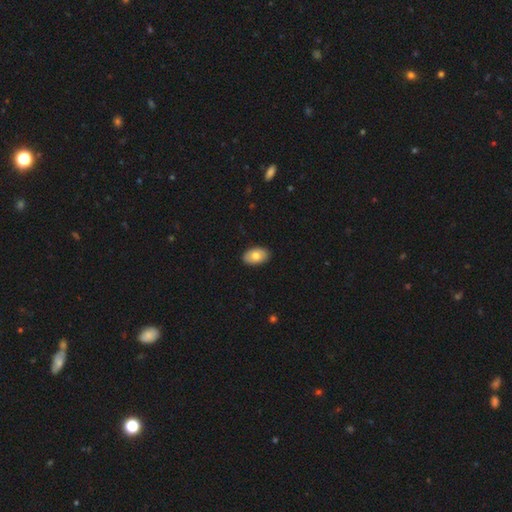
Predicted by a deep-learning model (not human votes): A smooth galaxy with no disk features (74%) that is in between round and cigar-shaped (91%).

Vote fractions:
- Smooth or featured? smooth: 74% / featured or disk: 20% / star or artifact: 6%
- How rounded? in between: 91% / round: 8% / cigar-shaped: 1%
- Merging? none: 89% / minor disturbance: 8% / major disturbance: 2% / merger: 1%